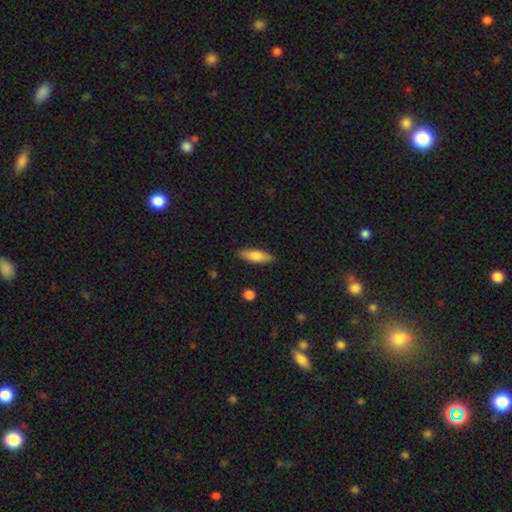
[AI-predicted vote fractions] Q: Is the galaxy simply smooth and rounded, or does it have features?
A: smooth — 74%.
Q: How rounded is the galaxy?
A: cigar-shaped — 49%.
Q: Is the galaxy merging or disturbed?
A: none — 87%.